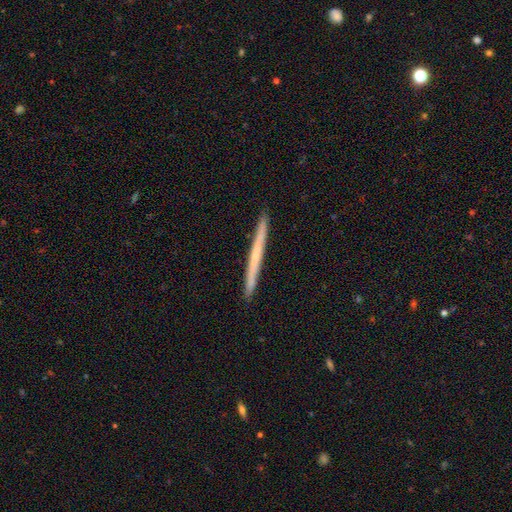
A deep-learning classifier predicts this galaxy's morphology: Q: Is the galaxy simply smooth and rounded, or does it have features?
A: featured or disk — 51%.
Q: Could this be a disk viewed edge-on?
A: yes — 98%.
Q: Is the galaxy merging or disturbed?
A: none — 93%.